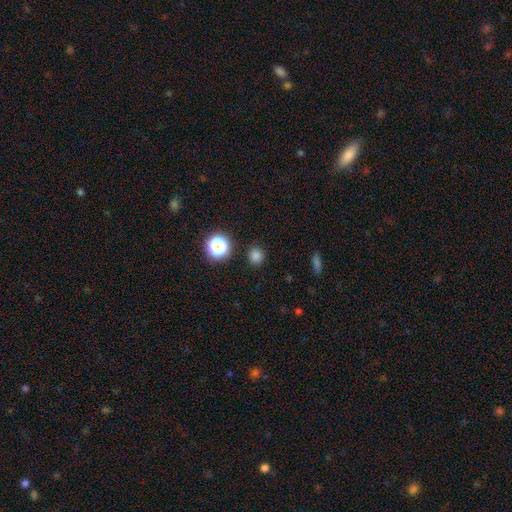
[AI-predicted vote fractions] A smooth galaxy with no disk features (78%) that is round (89%). Merging: none (89%).